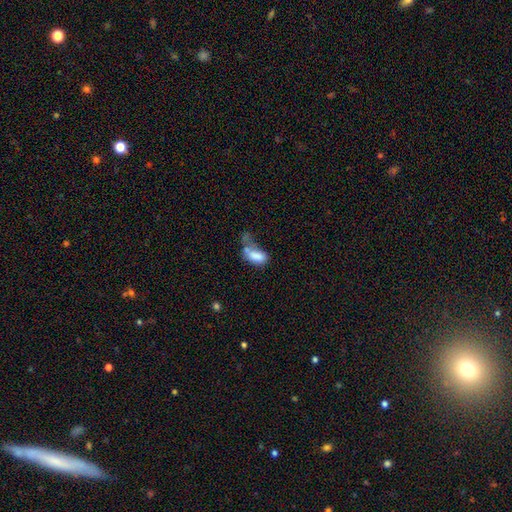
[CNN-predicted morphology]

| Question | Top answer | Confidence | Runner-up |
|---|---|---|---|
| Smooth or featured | smooth | 74% | featured or disk (17%) |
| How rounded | in between | 88% | cigar-shaped (7%) |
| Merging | major disturbance | 35% | merger (30%) |